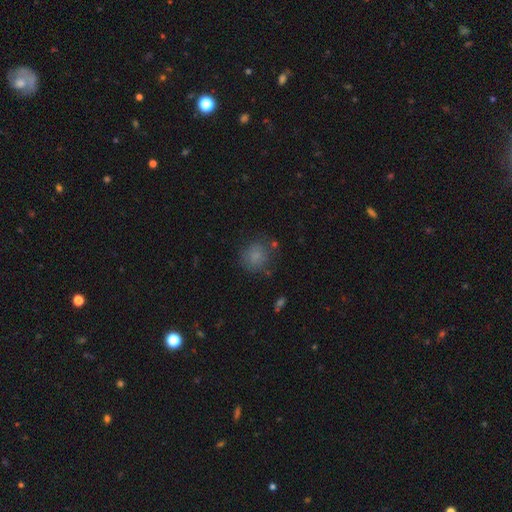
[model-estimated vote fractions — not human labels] smooth-or-featured: smooth: 80% | star or artifact: 12% | featured or disk: 8%
  how-rounded: round: 81% | in between: 18% | cigar-shaped: 1%
  merging: none: 74% | minor disturbance: 16% | major disturbance: 6% | merger: 4%